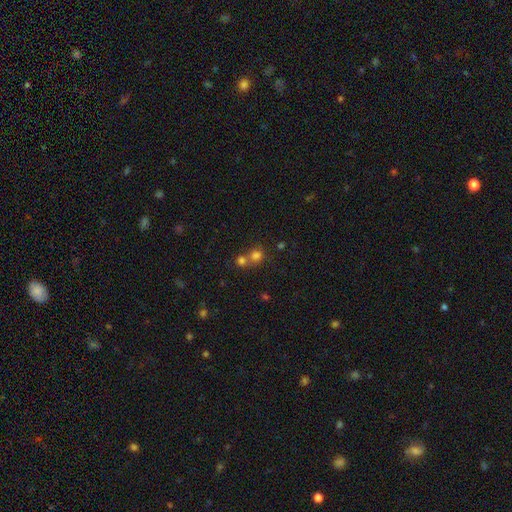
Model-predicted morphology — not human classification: Smooth or featured: smooth — 74% (star or artifact — 17%)
How rounded: round — 78% (in between — 21%)
Merging: merger — 49% (none — 41%)